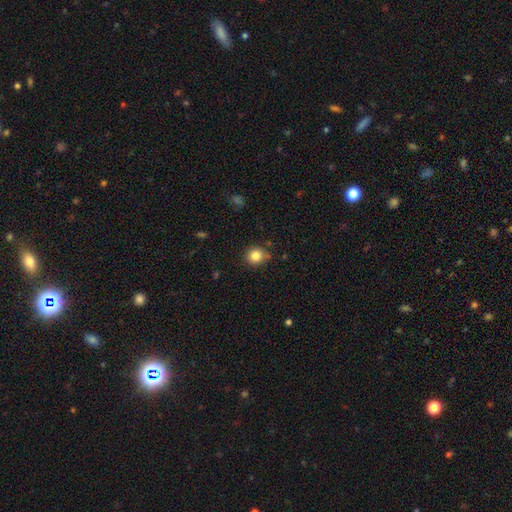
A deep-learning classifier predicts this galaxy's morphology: Smooth or featured: smooth — 83% (star or artifact — 11%)
How rounded: round — 90% (in between — 9%)
Merging: none — 84% (minor disturbance — 11%)